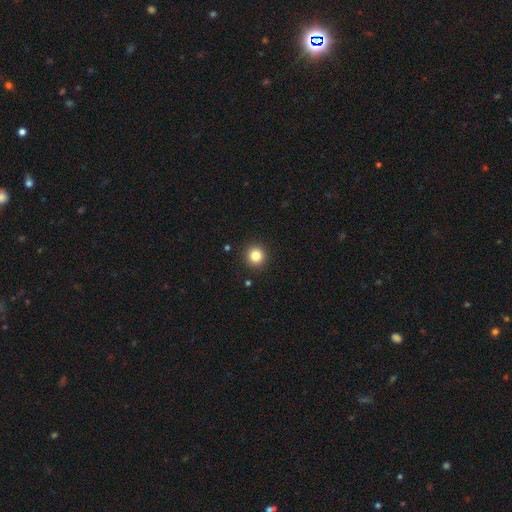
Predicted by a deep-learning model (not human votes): A smooth galaxy with no disk features (83%) that is round (95%). Merging: none (92%).